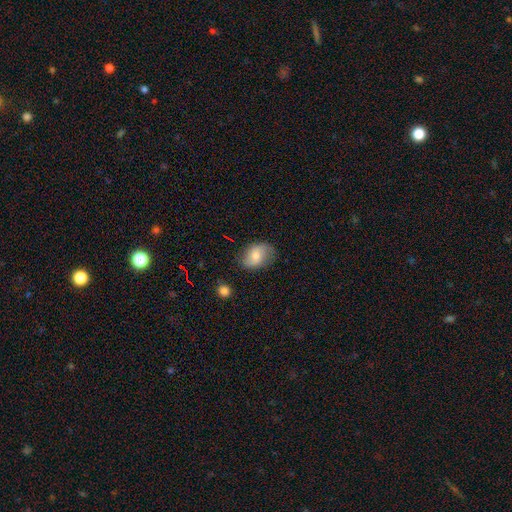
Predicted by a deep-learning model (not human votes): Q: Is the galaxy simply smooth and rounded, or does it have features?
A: smooth — 64%.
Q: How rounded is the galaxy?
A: in between — 79%.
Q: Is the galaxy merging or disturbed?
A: none — 73%.